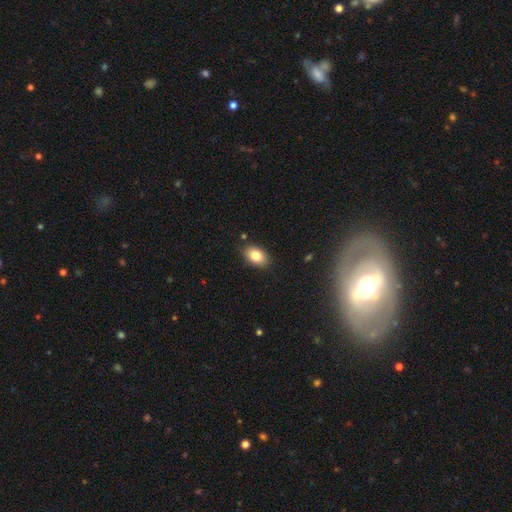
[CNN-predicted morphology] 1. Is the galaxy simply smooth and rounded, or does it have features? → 83% smooth, 9% featured or disk, 8% star or artifact.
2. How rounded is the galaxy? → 90% in between, 9% round, 1% cigar-shaped.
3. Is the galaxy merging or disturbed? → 85% none, 11% minor disturbance, 2% major disturbance, 2% merger.